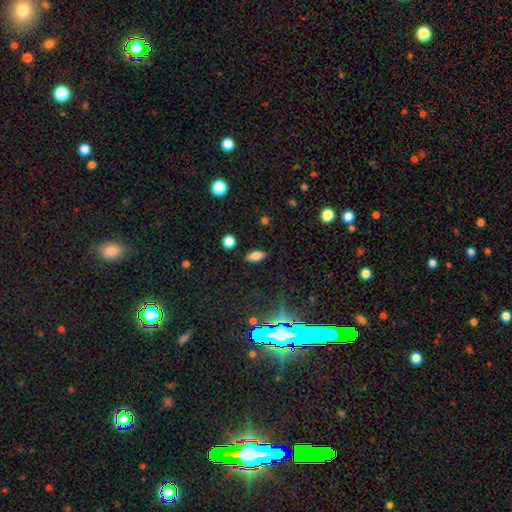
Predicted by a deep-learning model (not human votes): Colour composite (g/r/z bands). It shows a smooth galaxy with no disk features (77%) that is in between round and cigar-shaped (84%). Merging: none (87%).